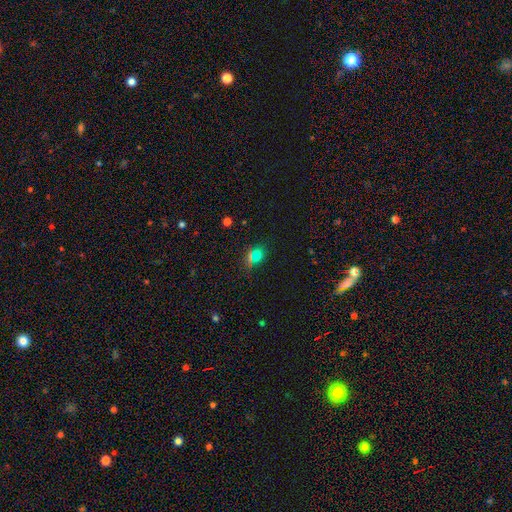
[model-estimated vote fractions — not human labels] Smooth or featured? Predicted: smooth (p=0.59). How rounded? Predicted: round (p=0.56). Merging? Predicted: none (p=0.69).